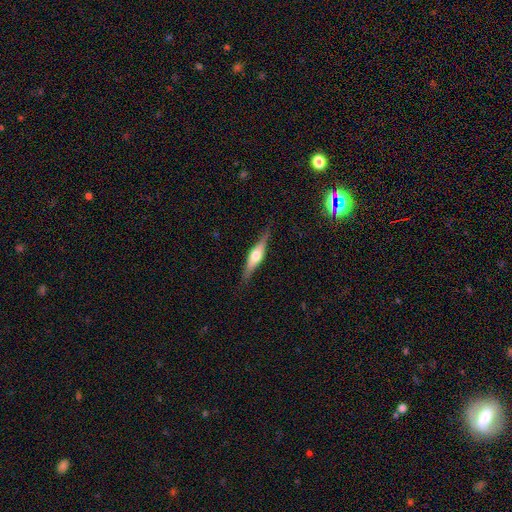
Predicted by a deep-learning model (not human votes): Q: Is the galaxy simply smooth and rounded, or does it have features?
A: featured or disk — 67%.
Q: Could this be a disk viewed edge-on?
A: yes — 96%.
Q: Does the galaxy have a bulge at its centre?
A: rounded — 90%.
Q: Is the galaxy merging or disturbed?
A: none — 85%.